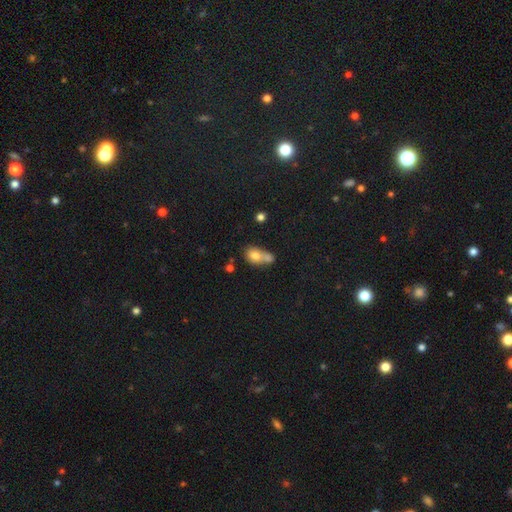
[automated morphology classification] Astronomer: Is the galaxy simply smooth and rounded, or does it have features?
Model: smooth — 75%.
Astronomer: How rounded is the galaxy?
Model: in between — 65%.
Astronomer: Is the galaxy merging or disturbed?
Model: merger — 59%.